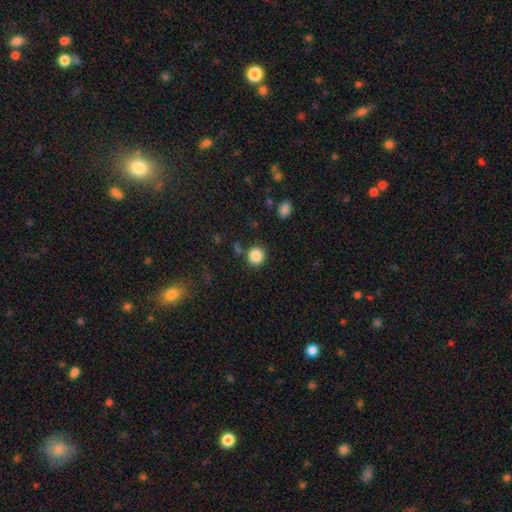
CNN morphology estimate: A smooth galaxy with no disk features (87%) that is round (92%).

Vote fractions:
- Smooth or featured? smooth: 87% / star or artifact: 10% / featured or disk: 4%
- How rounded? round: 92% / in between: 7% / cigar-shaped: 1%
- Merging? none: 86% / minor disturbance: 8% / merger: 4% / major disturbance: 3%